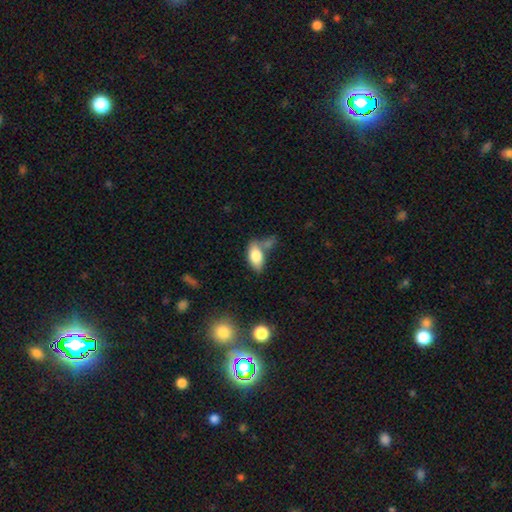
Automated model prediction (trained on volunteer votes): Smooth or featured? Predicted: smooth (p=0.78). How rounded? Predicted: in between (p=0.90). Merging? Predicted: none (p=0.51).